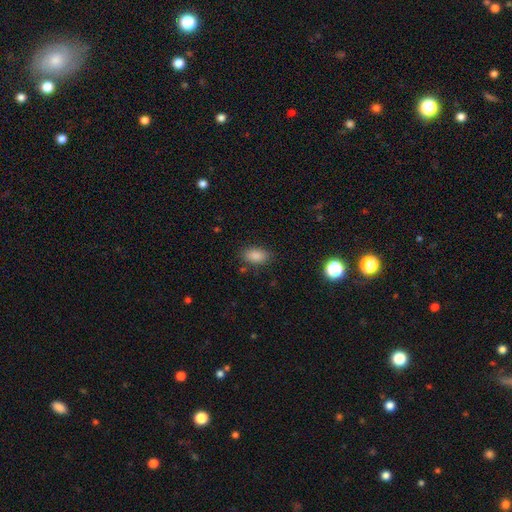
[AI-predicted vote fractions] Overall: smooth (86%). How rounded: in between (90%). Merging: none (82%).